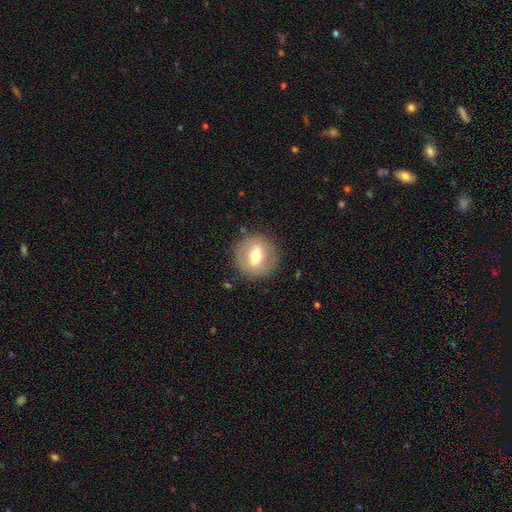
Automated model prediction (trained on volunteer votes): This appears to be a smooth galaxy with no disk features (53%) that is round (86%). Merging: none (86%).